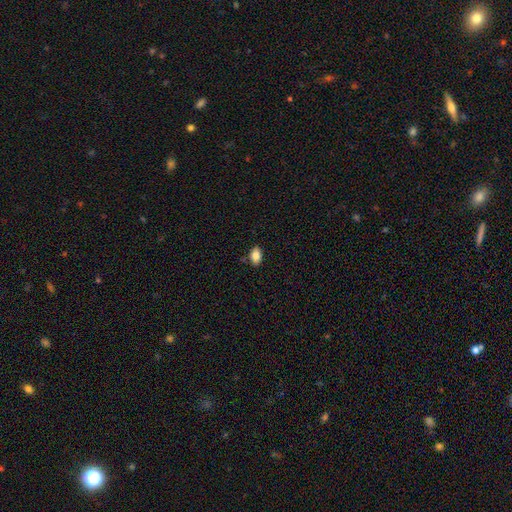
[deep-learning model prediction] This is clearly a smooth galaxy (84%). How rounded: clearly in between (89%). Merging: clearly none (85%).